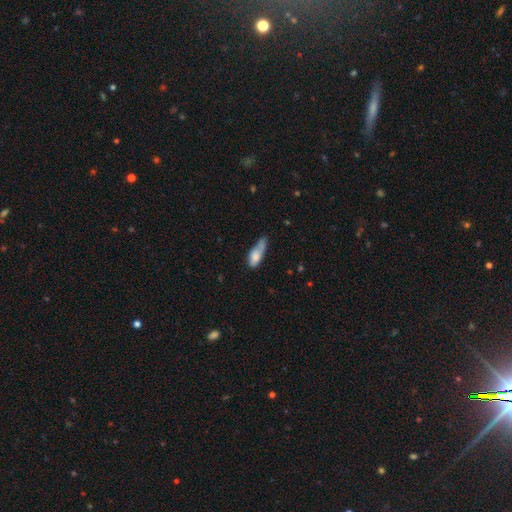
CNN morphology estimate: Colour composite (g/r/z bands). It shows a smooth galaxy with no disk features (73%) that is in between round and cigar-shaped (68%). Merging: minor disturbance (38%).